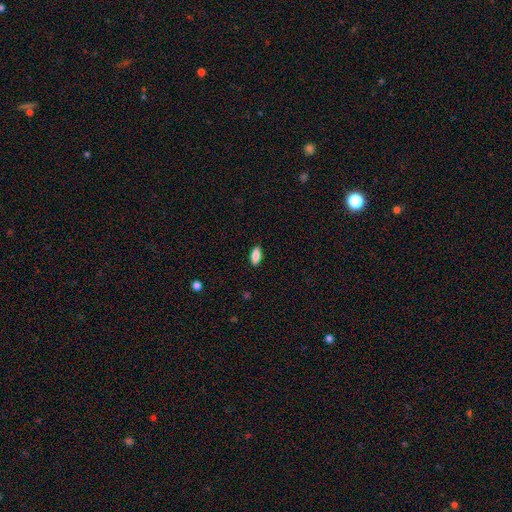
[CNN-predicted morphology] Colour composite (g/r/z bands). It shows a smooth galaxy with no disk features (86%) that is in between round and cigar-shaped (87%). Merging: none (88%).